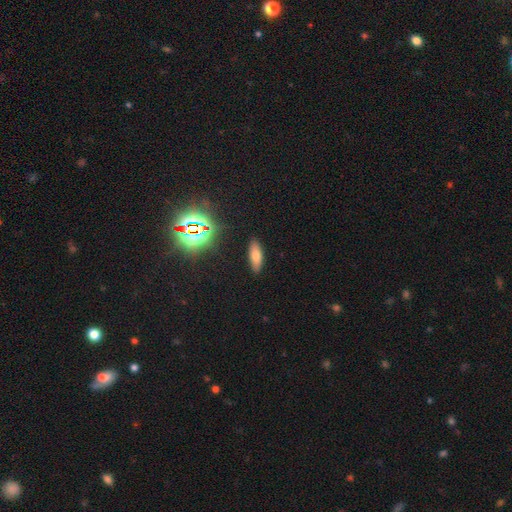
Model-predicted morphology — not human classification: A smooth galaxy with no disk features (69%) that is in between round and cigar-shaped (60%).

Vote fractions:
- Smooth or featured? smooth: 69% / featured or disk: 16% / star or artifact: 16%
- How rounded? in between: 60% / cigar-shaped: 37% / round: 3%
- Merging? none: 88% / minor disturbance: 8% / major disturbance: 2% / merger: 1%